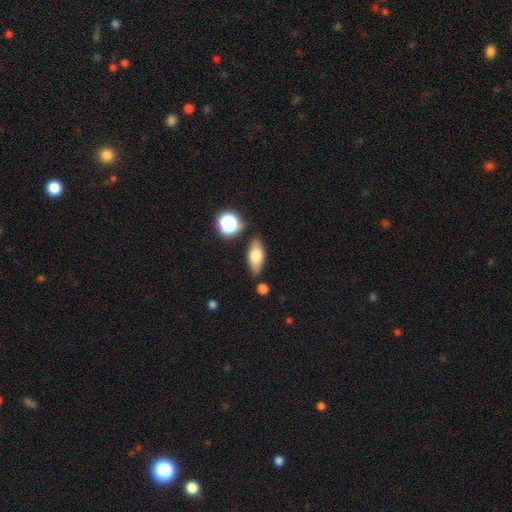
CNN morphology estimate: smooth-or-featured: smooth: 69% | featured or disk: 22% | star or artifact: 8%
  how-rounded: in between: 81% | cigar-shaped: 14% | round: 5%
  merging: none: 79% | minor disturbance: 13% | merger: 5% | major disturbance: 3%